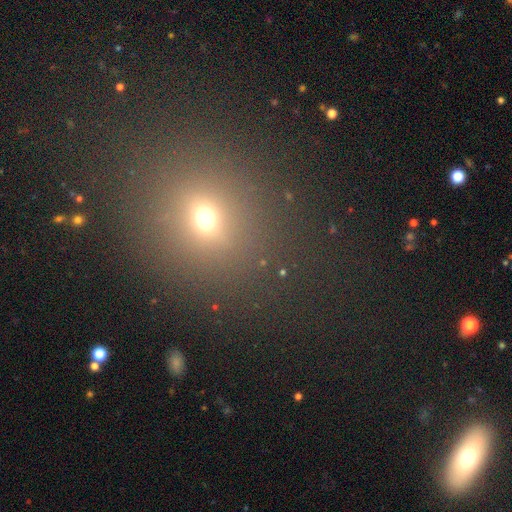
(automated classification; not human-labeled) Smooth or featured? smooth (54%)
How rounded? round (67%)
Merging? none (86%)